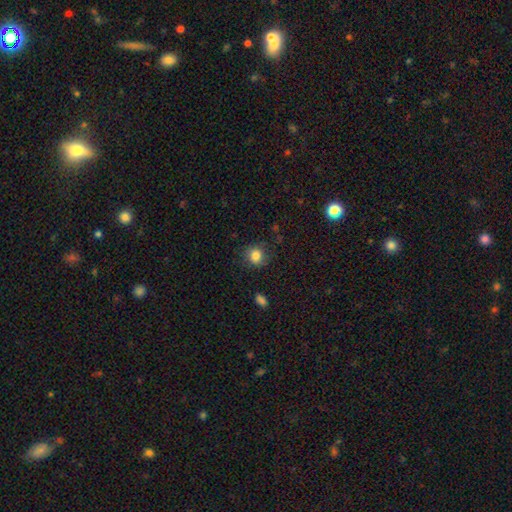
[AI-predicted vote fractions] Smooth or featured?
  - smooth: 84% *
  - star or artifact: 10%
  - featured or disk: 6%
How rounded?
  - round: 80% *
  - in between: 19%
  - cigar-shaped: 1%
Merging?
  - none: 78% *
  - minor disturbance: 16%
  - major disturbance: 5%
  - merger: 1%